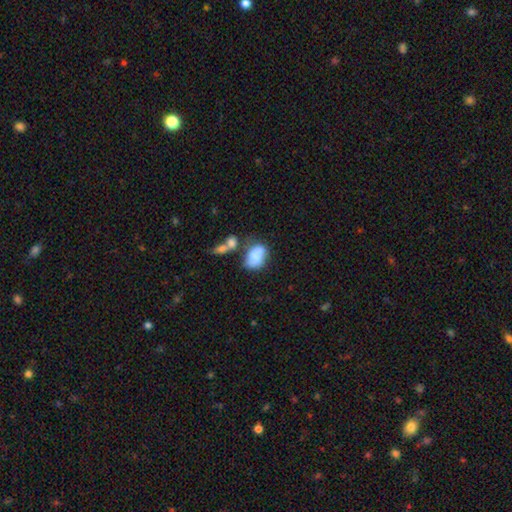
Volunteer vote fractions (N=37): Smooth or featured?
  - smooth: 65% *
  - featured or disk: 35%
  - star or artifact: 0%
How rounded?
  - in between: 88% *
  - round: 12%
  - cigar-shaped: 0%
Merging?
  - none: 43% *
  - minor disturbance: 22%
  - merger: 19%
  - major disturbance: 16%